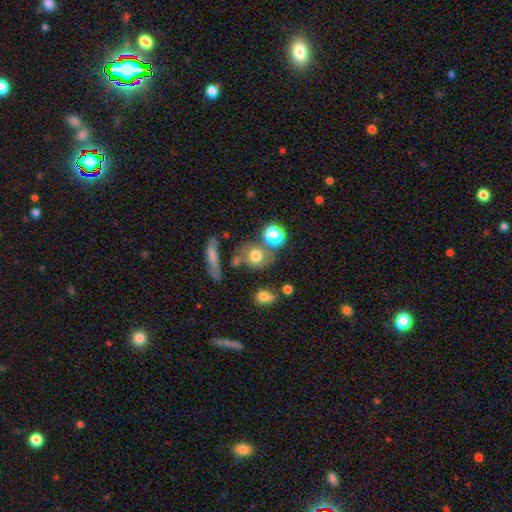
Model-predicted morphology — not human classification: This appears to be a smooth galaxy with no disk features (68%) that is round (73%). Merging: none (61%).